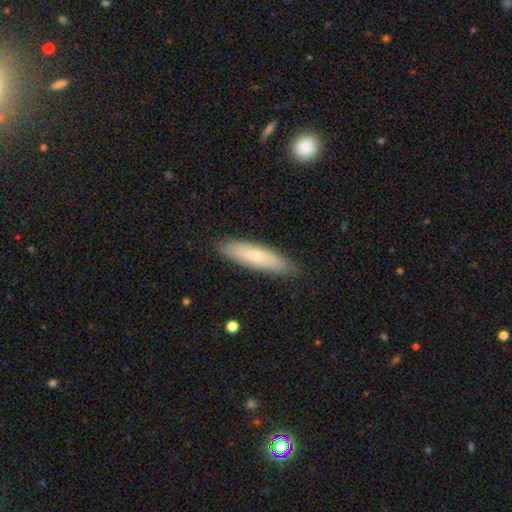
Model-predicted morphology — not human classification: Smooth or featured? smooth (65%)
How rounded? cigar-shaped (69%)
Merging? none (87%)